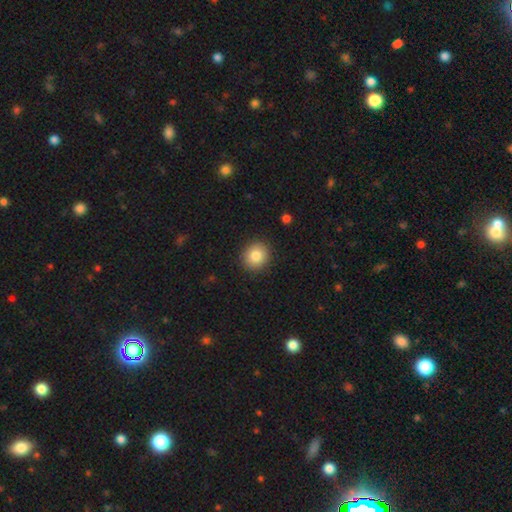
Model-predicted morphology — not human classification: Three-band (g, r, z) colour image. It shows a smooth galaxy with no disk features (84%) that is round (83%). Merging: none (90%).